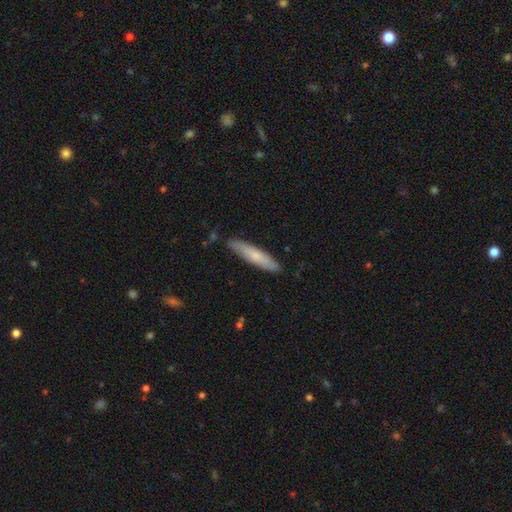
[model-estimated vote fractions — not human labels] Overall: smooth (66%; featured or disk 28%). How rounded: cigar-shaped (87%). Merging: none (84%).